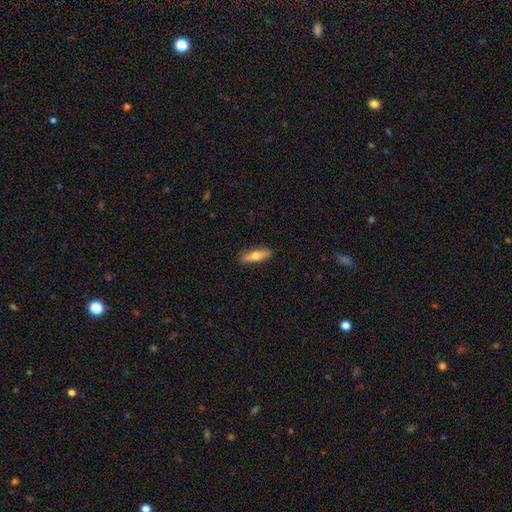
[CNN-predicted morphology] This appears to be a smooth galaxy with no disk features (64%) that is cigar-shaped (61%). Merging: none (88%).